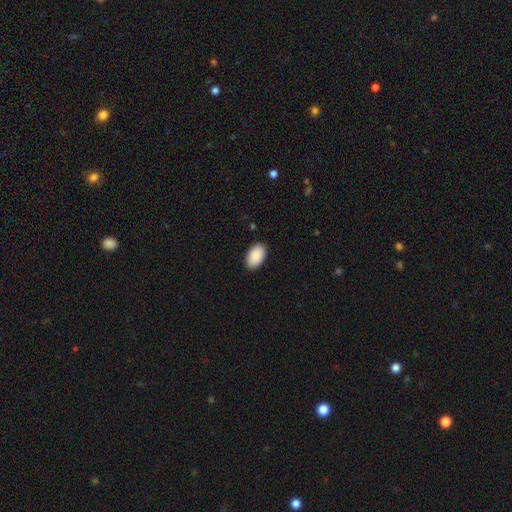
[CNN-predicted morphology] smooth-or-featured: smooth: 91% | star or artifact: 6% | featured or disk: 3%
  how-rounded: in between: 95% | round: 4% | cigar-shaped: 1%
  merging: none: 89% | minor disturbance: 8% | major disturbance: 2% | merger: 1%